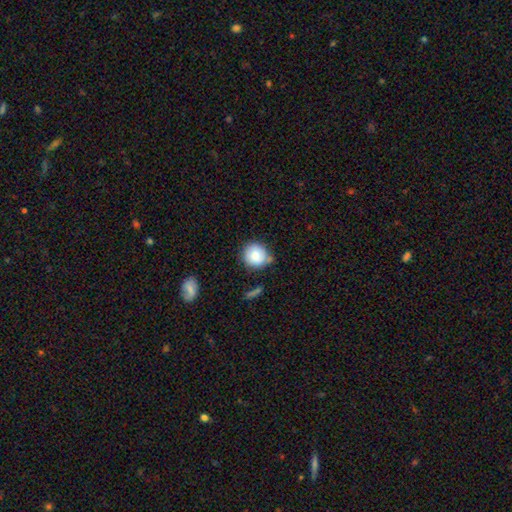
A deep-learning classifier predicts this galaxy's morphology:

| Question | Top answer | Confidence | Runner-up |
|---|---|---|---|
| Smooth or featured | smooth | 84% | featured or disk (8%) |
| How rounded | round | 89% | in between (10%) |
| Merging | none | 67% | minor disturbance (20%) |